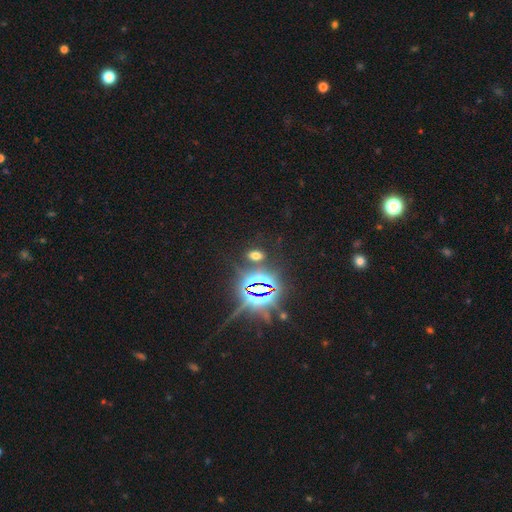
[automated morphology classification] A smooth galaxy with no disk features (47%). Merging: none (81%).